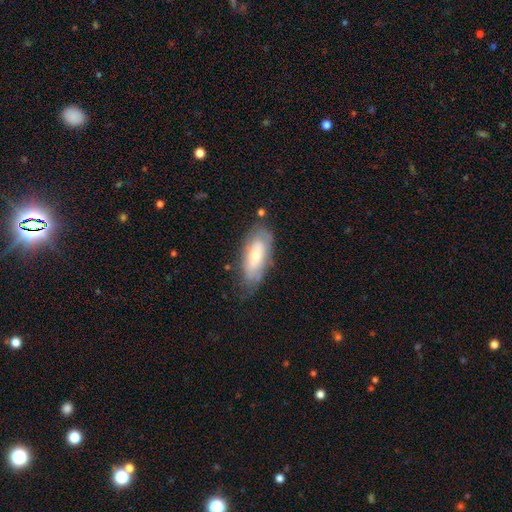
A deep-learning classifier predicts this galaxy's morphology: Smooth or featured: smooth — 54% (featured or disk — 40%)
How rounded: in between — 80% (cigar-shaped — 18%)
Merging: none — 63% (minor disturbance — 26%)